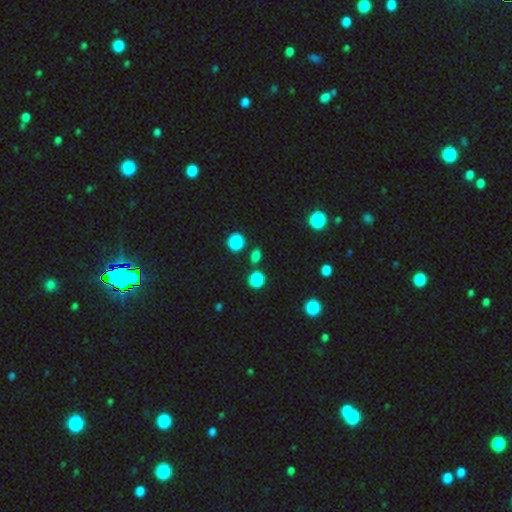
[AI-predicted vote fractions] smooth 70%, star or artifact 25%, featured or disk 5%. Down the decision tree: how rounded — round (58%); merging — none (79%).